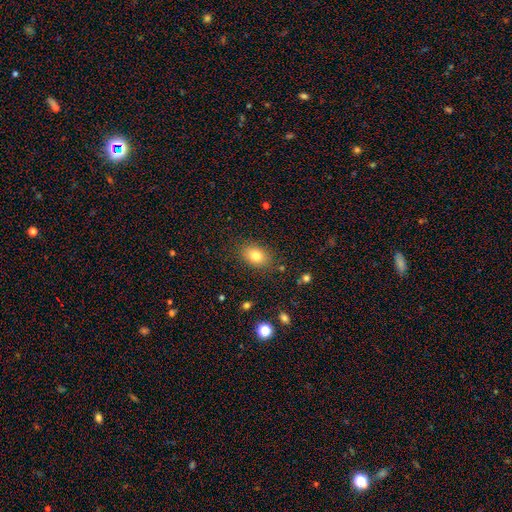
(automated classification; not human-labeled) Morphology: type=smooth (80%); roundness=in between (76%); merging=none (84%).